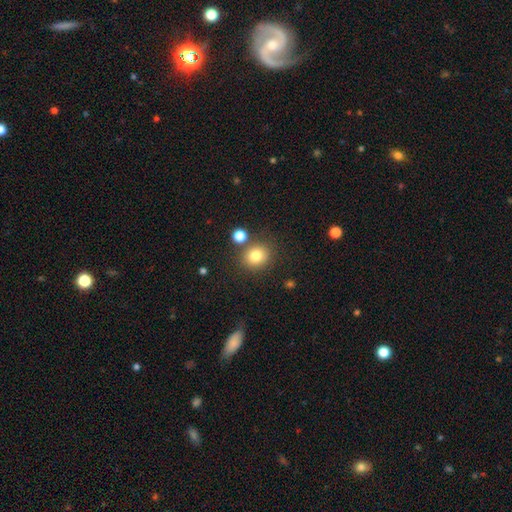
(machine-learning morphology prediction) type=smooth (80%); roundness=round (78%); merging=none (77%).